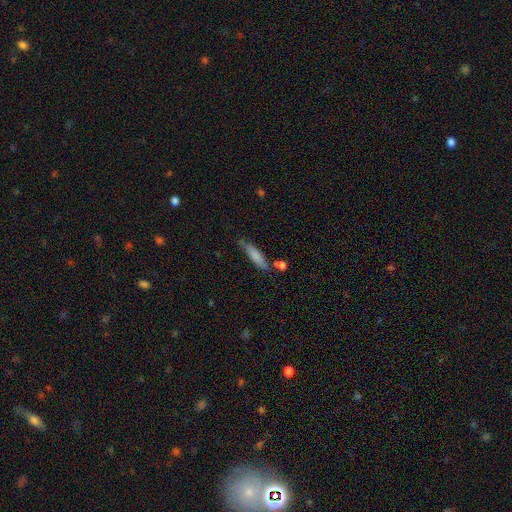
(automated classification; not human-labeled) This is likely a smooth galaxy (74%). How rounded: likely cigar-shaped (74%). Merging: likely none (63%).